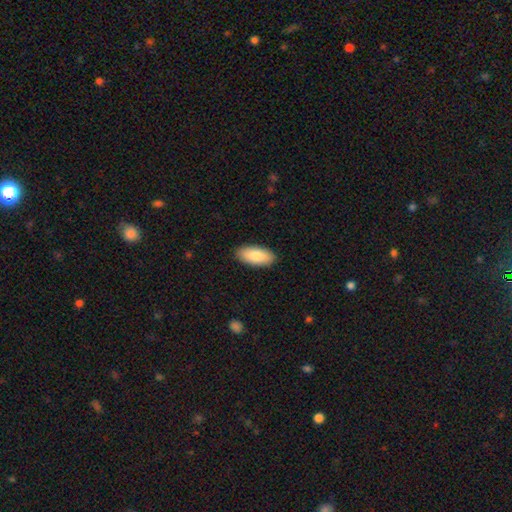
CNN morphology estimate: type=smooth (83%); roundness=in between (90%); merging=none (89%).